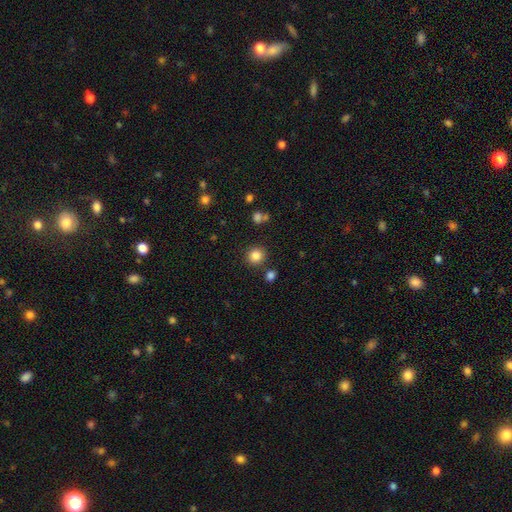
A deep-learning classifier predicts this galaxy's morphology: A smooth galaxy with no disk features (84%) that is round (90%). Merging: none (85%).